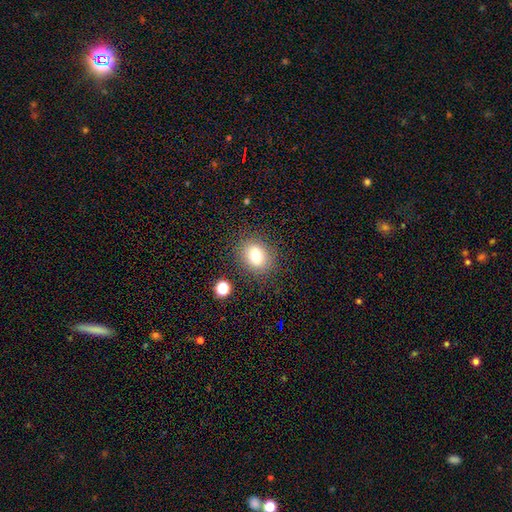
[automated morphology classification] smooth_or_featured: smooth (p=0.76) [alt: star or artifact p=0.13]
how_rounded: round (p=0.56) [alt: in between p=0.43]
merging: none (p=0.83) [alt: minor disturbance p=0.10]